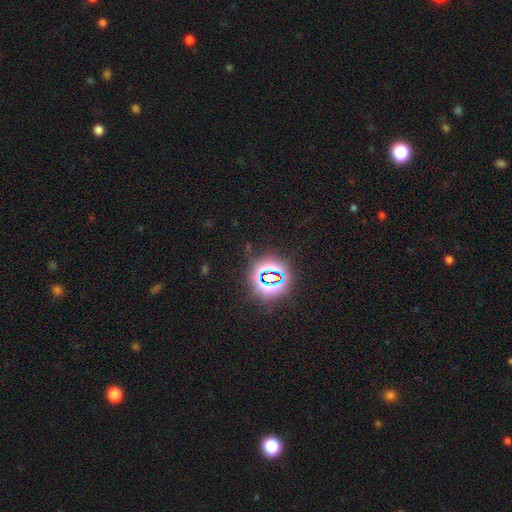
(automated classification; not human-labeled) This is clearly a star or artifact rather than a galaxy (81%).